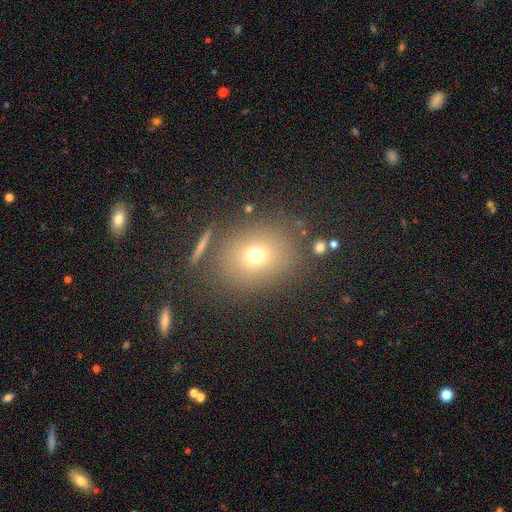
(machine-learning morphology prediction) Overall: smooth (69%). How rounded: round (60%; in between 38%). Merging: none (80%).